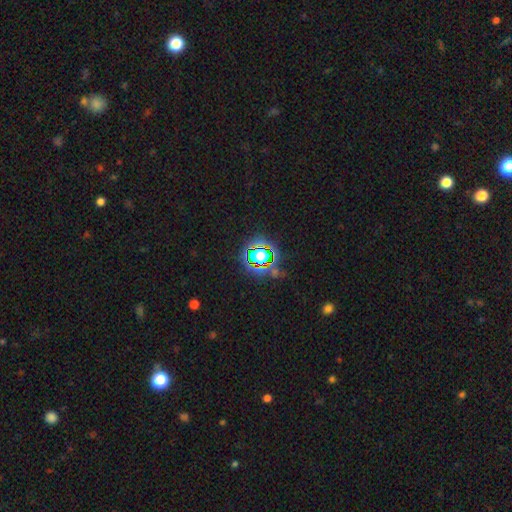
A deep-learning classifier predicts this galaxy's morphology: A star or artifact, not a galaxy (68%).

Vote fractions:
- Smooth or featured? star or artifact: 68% / smooth: 21% / featured or disk: 12%